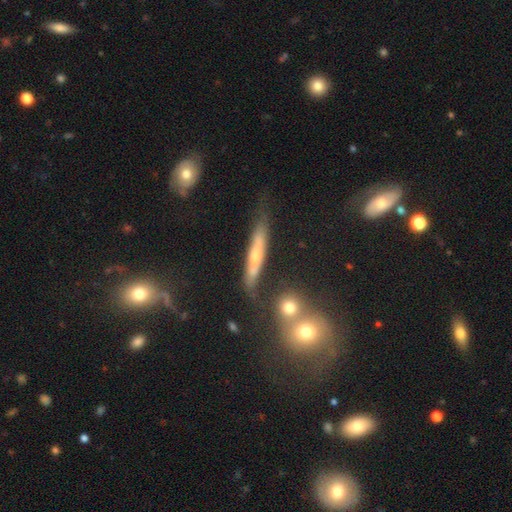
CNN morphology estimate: This appears to be a featured or disk galaxy (47%). Merging: none (61%).